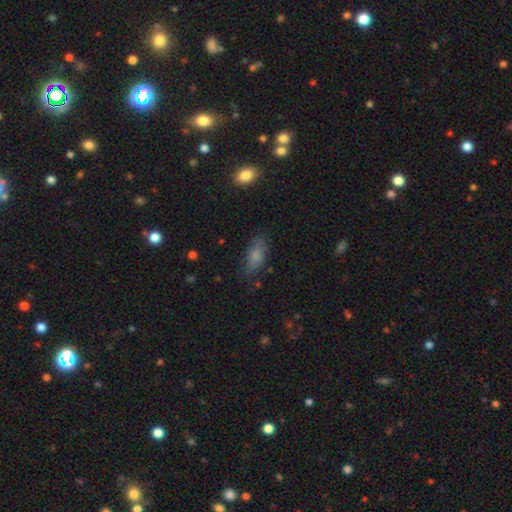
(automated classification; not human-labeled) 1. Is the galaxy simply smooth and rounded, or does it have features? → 80% smooth, 11% featured or disk, 9% star or artifact.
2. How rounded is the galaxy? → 81% in between, 15% cigar-shaped, 3% round.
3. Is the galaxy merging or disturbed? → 76% none, 17% minor disturbance, 5% major disturbance, 2% merger.